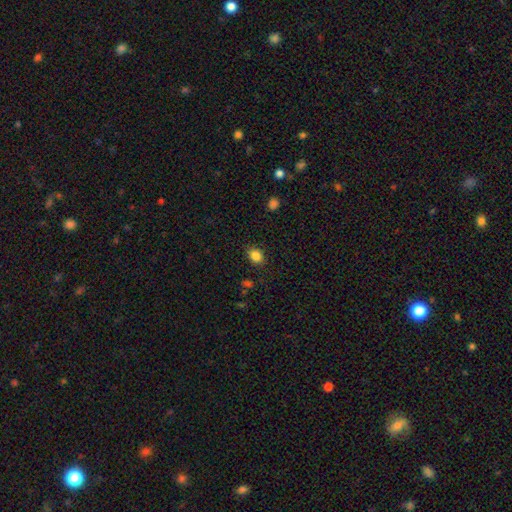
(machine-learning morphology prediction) Overall: smooth (85%). How rounded: round (50%; in between 49%). Merging: none (84%).